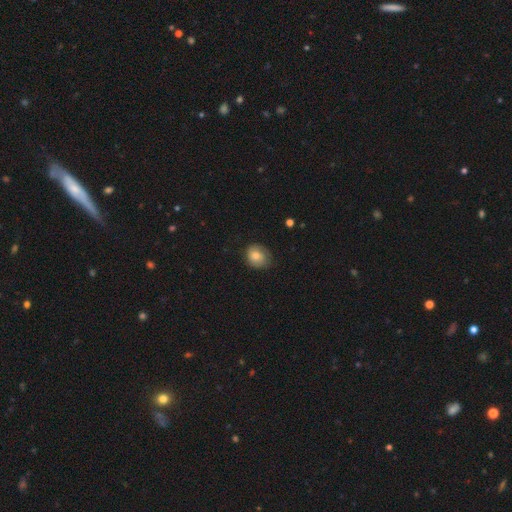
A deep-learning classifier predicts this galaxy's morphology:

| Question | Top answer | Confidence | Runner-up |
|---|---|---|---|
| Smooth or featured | smooth | 75% | featured or disk (17%) |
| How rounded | round | 64% | in between (35%) |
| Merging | none | 68% | minor disturbance (25%) |